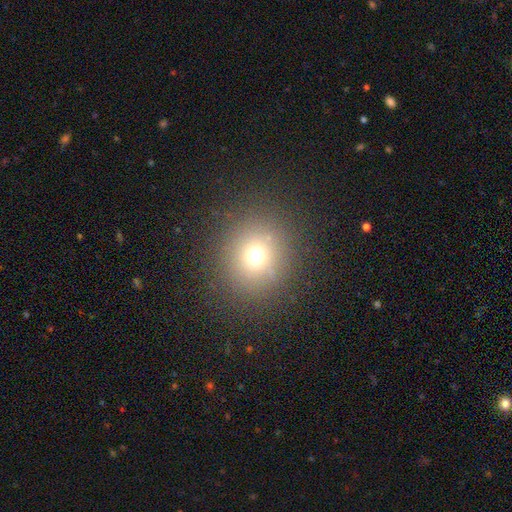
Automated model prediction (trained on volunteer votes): Smooth or featured? Predicted: smooth (p=0.67). How rounded? Predicted: round (p=0.90). Merging? Predicted: none (p=0.86).